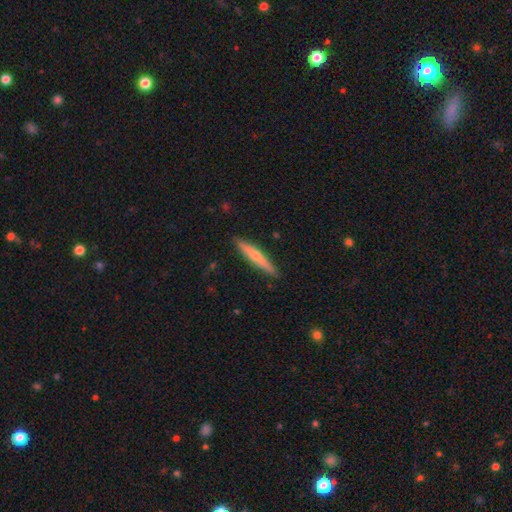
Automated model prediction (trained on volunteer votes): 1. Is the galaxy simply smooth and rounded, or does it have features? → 50% smooth, 45% featured or disk, 6% star or artifact.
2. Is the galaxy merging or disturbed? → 89% none, 8% minor disturbance, 2% major disturbance, 1% merger.